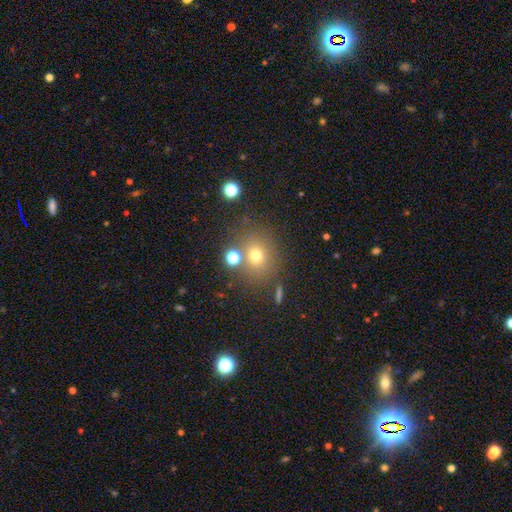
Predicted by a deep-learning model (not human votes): Smooth or featured?
  - smooth: 69% *
  - star or artifact: 18%
  - featured or disk: 13%
How rounded?
  - round: 79% *
  - in between: 20%
  - cigar-shaped: 1%
Merging?
  - none: 73% *
  - merger: 12%
  - minor disturbance: 11%
  - major disturbance: 5%